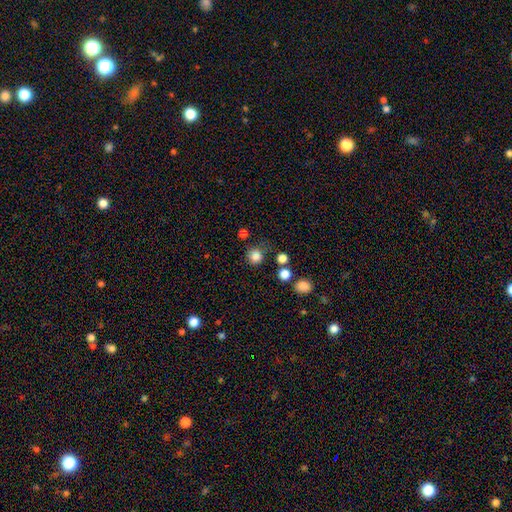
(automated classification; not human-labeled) Smooth or featured? Predicted: smooth (p=0.81). How rounded? Predicted: round (p=0.90). Merging? Predicted: none (p=0.74).